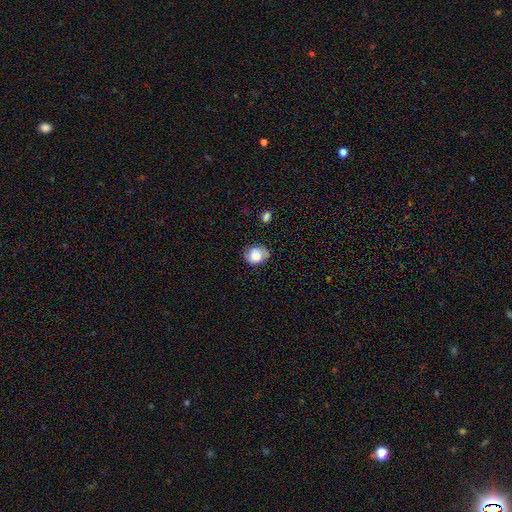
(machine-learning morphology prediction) Smooth or featured?
  - smooth: 81% *
  - featured or disk: 11%
  - star or artifact: 9%
How rounded?
  - round: 63% *
  - in between: 36%
  - cigar-shaped: 1%
Merging?
  - none: 67% *
  - minor disturbance: 26%
  - major disturbance: 5%
  - merger: 2%